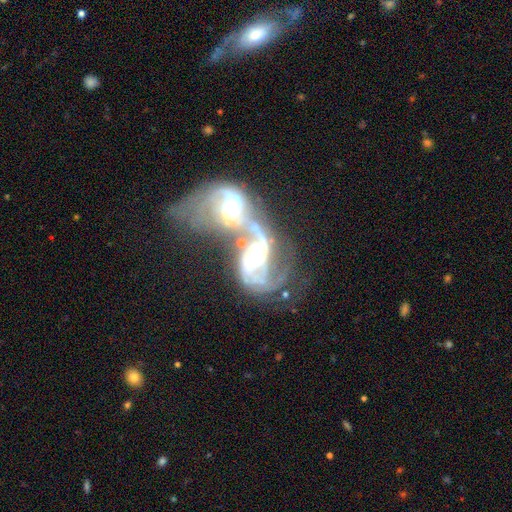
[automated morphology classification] Smooth or featured: featured or disk — 85% (smooth — 8%)
Edge-on disk: no — 97% (yes — 3%)
Bar: no — 43% (weak — 35%)
Spiral arms: yes — 90% (no — 10%)
Spiral winding: loose — 50% (medium — 36%)
Spiral arm count: 2 — 68% (can't tell — 12%)
Bulge size: moderate — 54% (large — 24%)
Merging: merger — 77% (major disturbance — 11%)